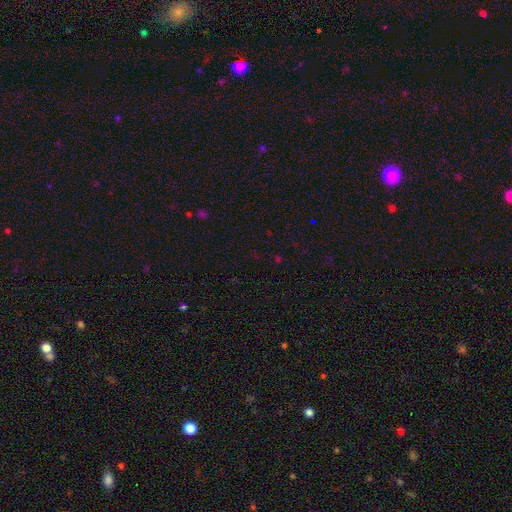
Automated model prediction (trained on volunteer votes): A star or artifact, not a galaxy (67%).